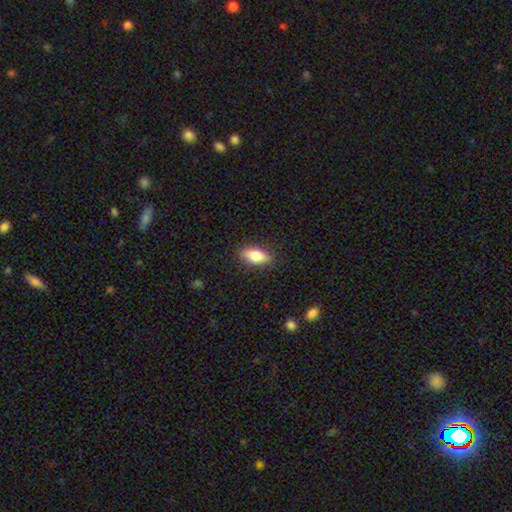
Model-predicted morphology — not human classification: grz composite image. It shows a smooth galaxy with no disk features (81%) that is in between round and cigar-shaped (81%). Merging: none (88%).